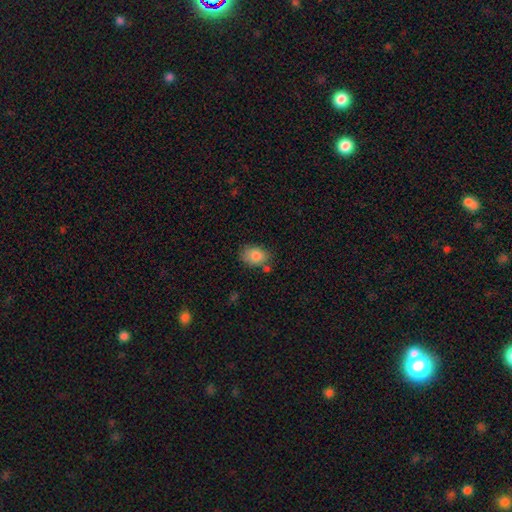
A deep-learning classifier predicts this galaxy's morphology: This appears to be a smooth galaxy with no disk features (84%) that is in between round and cigar-shaped (73%). Merging: none (69%).